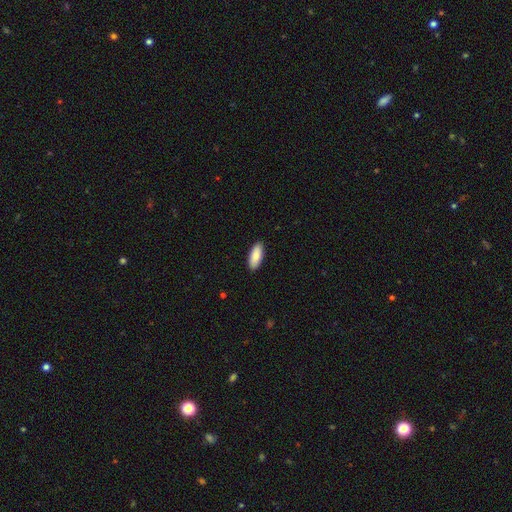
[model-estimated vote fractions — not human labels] This appears to be a smooth galaxy with no disk features (86%) that is in between round and cigar-shaped (81%). Merging: none (90%).